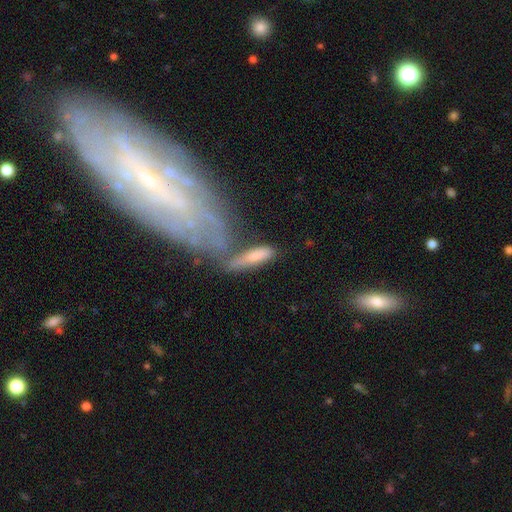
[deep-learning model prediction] Smooth or featured? smooth (72%)
How rounded? cigar-shaped (59%)
Merging? none (40%)